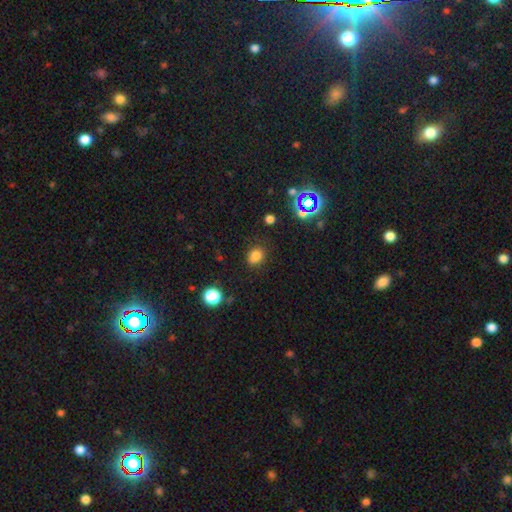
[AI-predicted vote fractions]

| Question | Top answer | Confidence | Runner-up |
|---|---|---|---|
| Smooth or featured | smooth | 79% | star or artifact (16%) |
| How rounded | in between | 57% | round (42%) |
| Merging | none | 79% | minor disturbance (15%) |